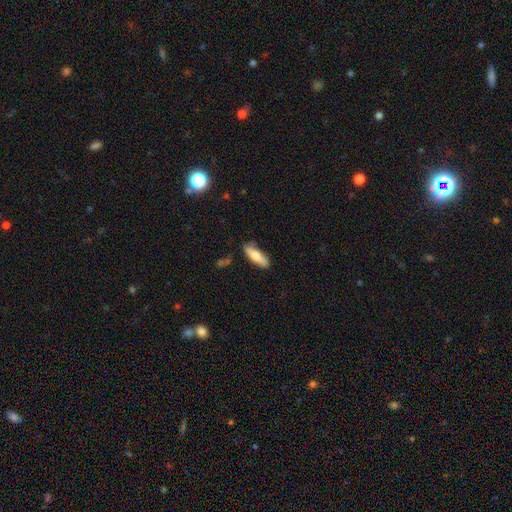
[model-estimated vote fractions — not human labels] The model was most divided on "how rounded": cigar-shaped: 52%, in between: 46%, round: 2%. More confident: merging — none (80%); smooth or featured — smooth (73%).